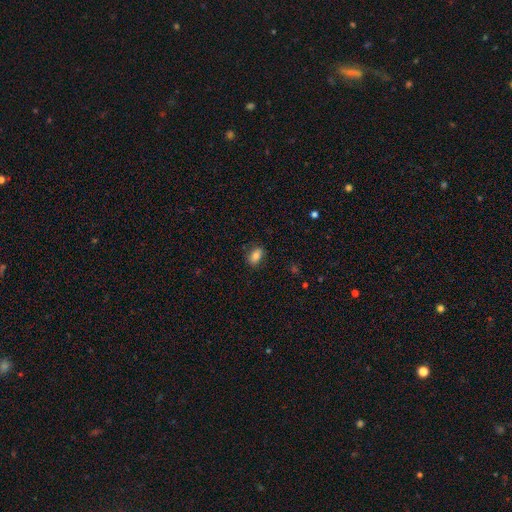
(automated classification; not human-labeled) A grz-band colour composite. It shows a smooth galaxy with no disk features (81%) that is in between round and cigar-shaped (82%). Merging: none (81%).